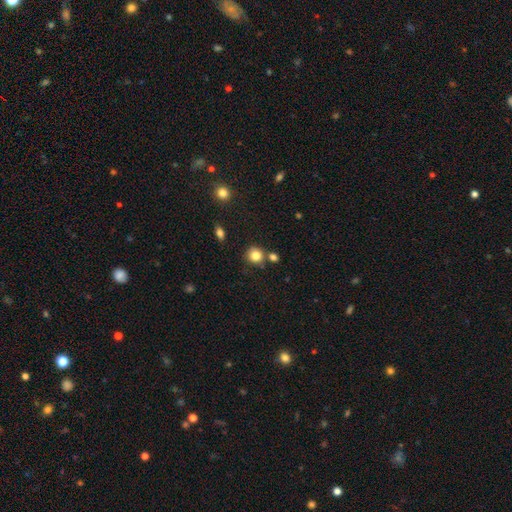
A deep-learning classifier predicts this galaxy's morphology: type=smooth (82%); roundness=round (86%); merging=none (72%).